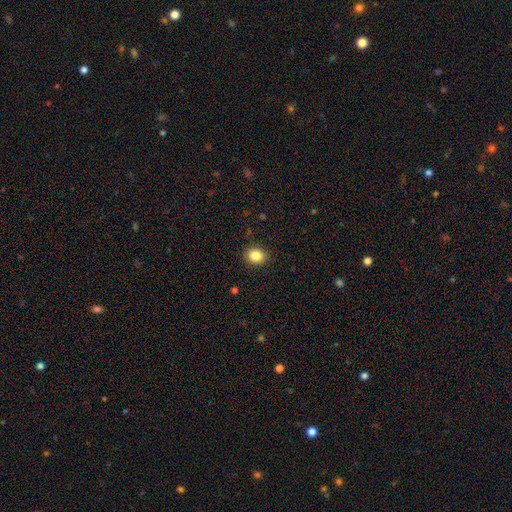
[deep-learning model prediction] Overall: smooth (86%). How rounded: round (60%; in between 39%). Merging: none (90%).